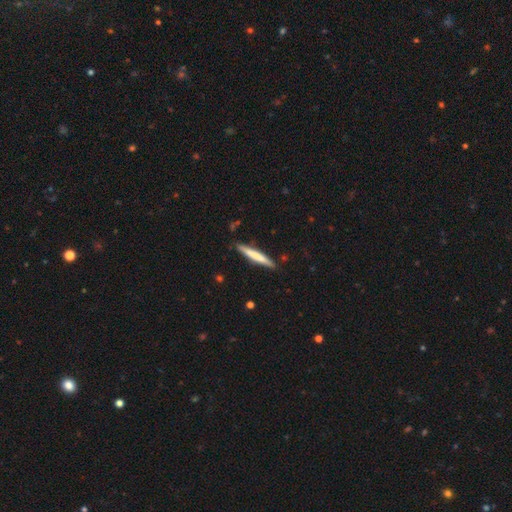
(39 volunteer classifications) Q: Smooth or featured?
A: smooth (51%); runner-up: featured or disk (49%)
Q: How rounded?
A: cigar-shaped (100%)
Q: Merging?
A: none (90%); runner-up: minor disturbance (8%)